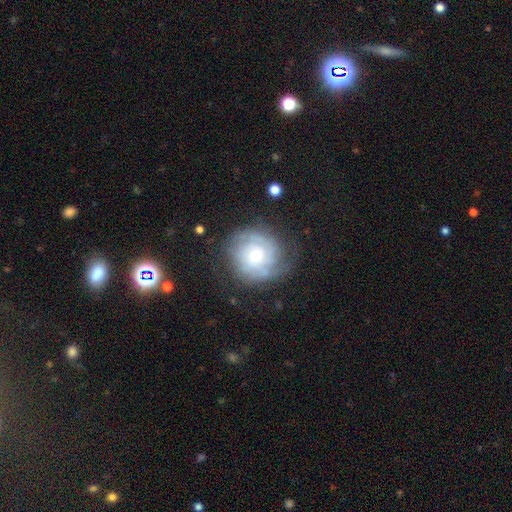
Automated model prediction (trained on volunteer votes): smooth_or_featured: featured or disk (p=0.68) [alt: smooth p=0.24]
disk_edge_on: no (p=0.97) [alt: yes p=0.03]
bar: no (p=0.78) [alt: weak p=0.19]
has_spiral_arms: yes (p=0.87) [alt: no p=0.13]
spiral_winding: tight (p=0.64) [alt: medium p=0.27]
spiral_arm_count: can't tell (p=0.42) [alt: 2 p=0.27]
bulge_size: moderate (p=0.49) [alt: small p=0.43]
merging: none (p=0.70) [alt: minor disturbance p=0.19]